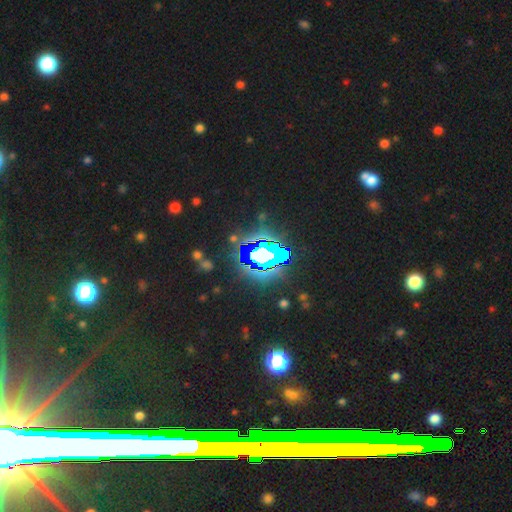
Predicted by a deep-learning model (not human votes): Smooth or featured? star or artifact (76%)